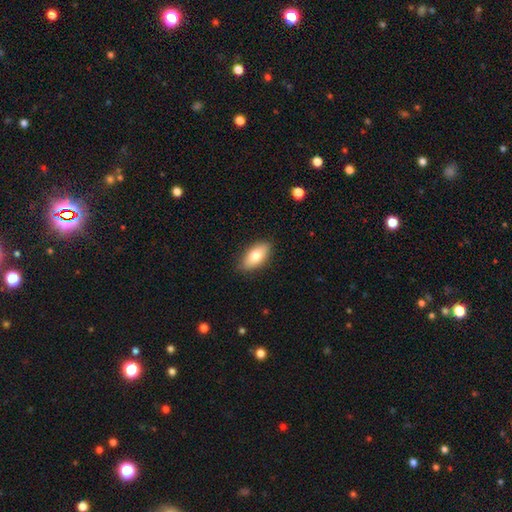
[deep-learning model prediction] Smooth or featured: smooth — 78% (featured or disk — 16%)
How rounded: in between — 89% (cigar-shaped — 8%)
Merging: none — 87% (minor disturbance — 10%)